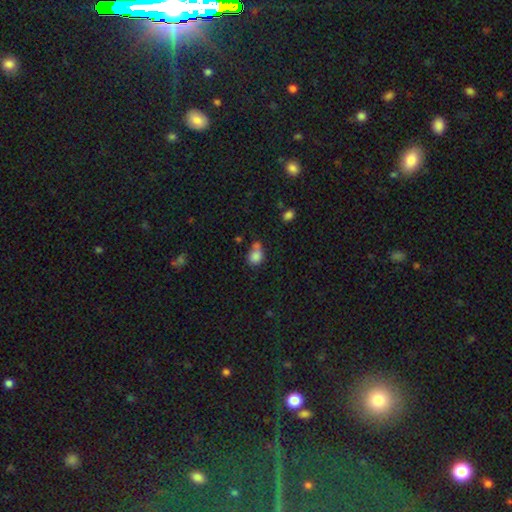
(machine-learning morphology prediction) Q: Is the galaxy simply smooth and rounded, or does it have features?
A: smooth — 82%.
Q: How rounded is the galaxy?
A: round — 62%.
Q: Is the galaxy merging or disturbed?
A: none — 41%.